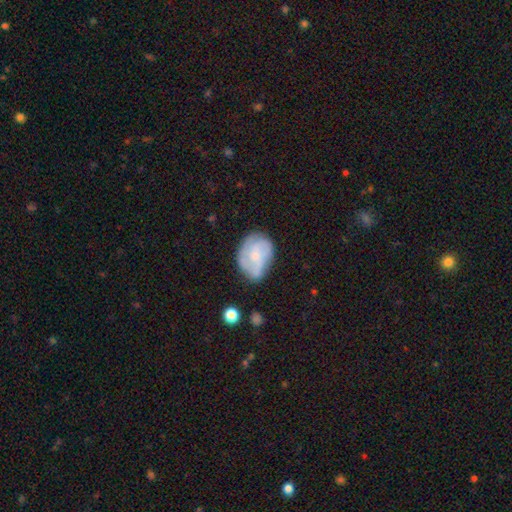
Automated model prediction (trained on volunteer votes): Smooth or featured?
  - featured or disk: 57% *
  - smooth: 36%
  - star or artifact: 7%
Edge-on disk?
  - no: 97% *
  - yes: 3%
Bar?
  - no: 70% *
  - weak: 26%
  - strong: 4%
Spiral arms?
  - yes: 76% *
  - no: 24%
Bulge size?
  - small: 57% *
  - moderate: 29%
  - none: 10%
  - large: 2%
  - dominant: 1%
Merging?
  - none: 55% *
  - minor disturbance: 30%
  - major disturbance: 11%
  - merger: 3%